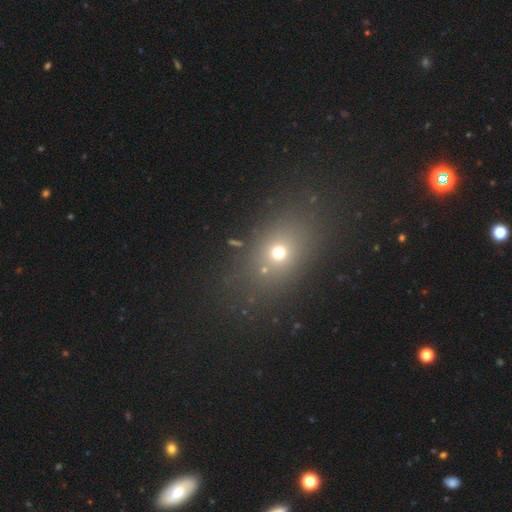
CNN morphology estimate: Q: Smooth or featured?
A: smooth (54%); runner-up: star or artifact (33%)
Q: How rounded?
A: in between (61%); runner-up: round (35%)
Q: Merging?
A: none (85%); runner-up: minor disturbance (9%)